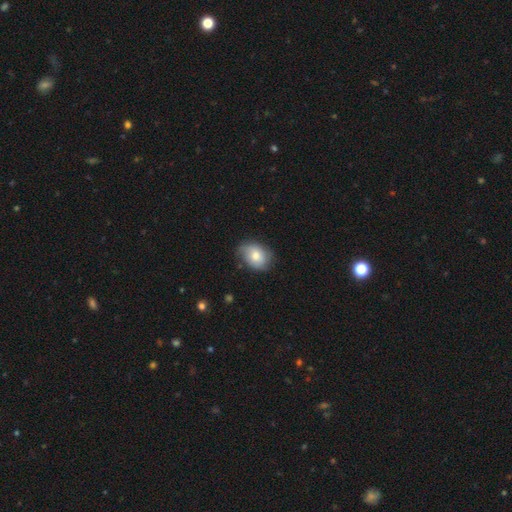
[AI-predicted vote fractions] The model was most divided on "how rounded": in between: 70%, round: 29%, cigar-shaped: 1%. More confident: smooth or featured — smooth (71%); merging — none (68%).